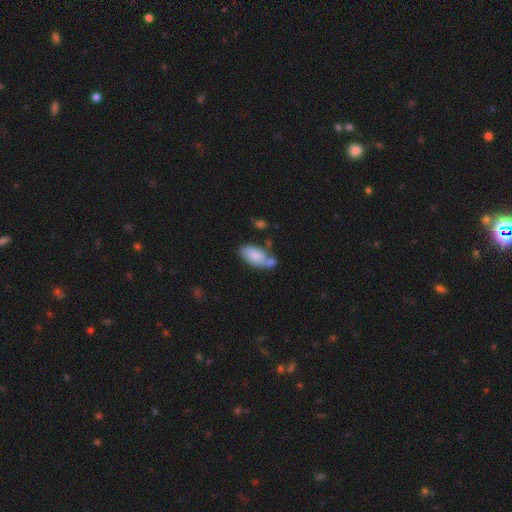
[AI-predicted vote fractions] This is likely a smooth galaxy (79%). How rounded: clearly in between (93%). Merging: marginally none (39%).